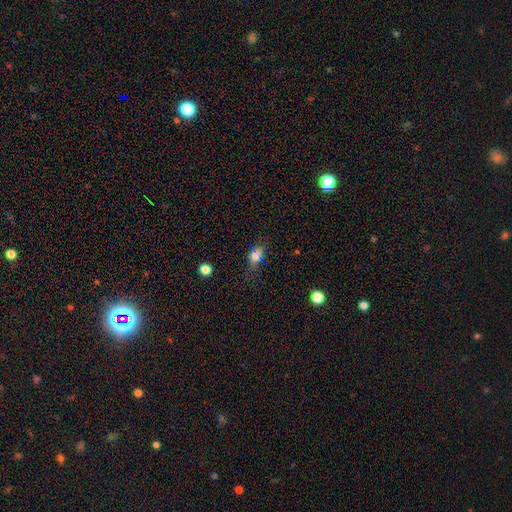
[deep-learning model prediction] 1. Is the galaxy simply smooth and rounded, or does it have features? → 71% smooth, 15% star or artifact, 14% featured or disk.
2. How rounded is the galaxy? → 68% in between, 21% round, 10% cigar-shaped.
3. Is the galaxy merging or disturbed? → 63% none, 24% minor disturbance, 10% major disturbance, 3% merger.